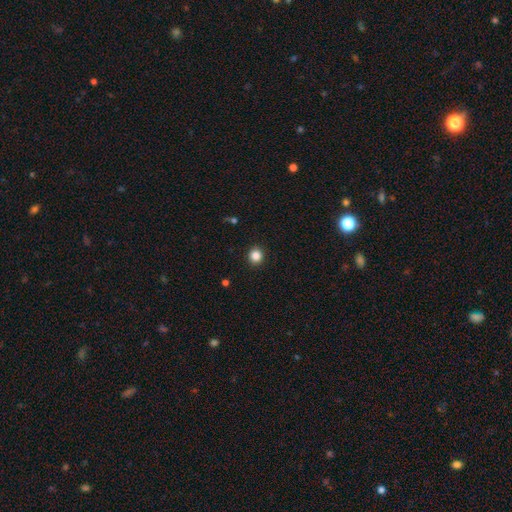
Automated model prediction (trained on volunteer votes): Smooth or featured? smooth (85%)
How rounded? round (91%)
Merging? none (92%)